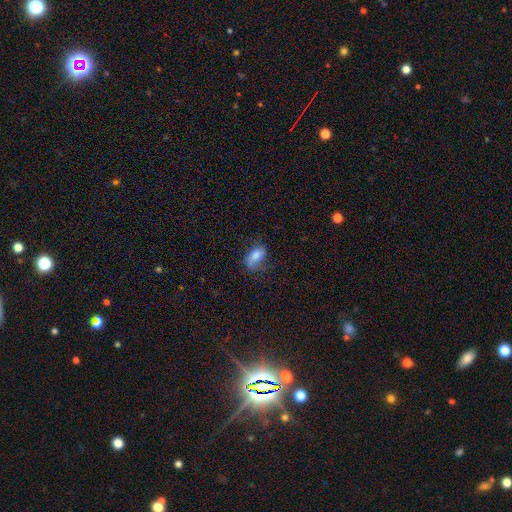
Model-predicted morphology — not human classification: smooth 69%, featured or disk 22%, star or artifact 9%. Down the decision tree: how rounded — in between (89%); merging — none (49%).